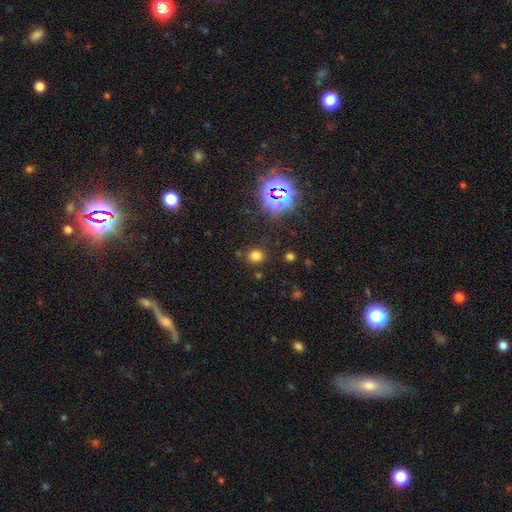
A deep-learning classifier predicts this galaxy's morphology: Smooth or featured?
  - smooth: 71% *
  - star or artifact: 23%
  - featured or disk: 6%
How rounded?
  - round: 78% *
  - in between: 21%
  - cigar-shaped: 1%
Merging?
  - none: 84% *
  - minor disturbance: 9%
  - major disturbance: 4%
  - merger: 4%